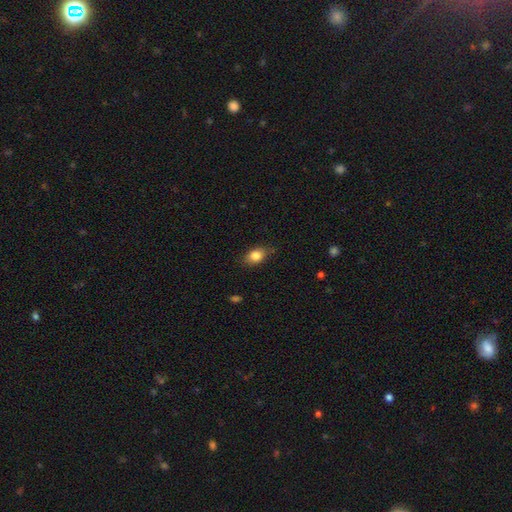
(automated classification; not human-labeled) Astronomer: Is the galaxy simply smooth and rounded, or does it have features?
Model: smooth — 83%.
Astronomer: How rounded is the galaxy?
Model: in between — 72%.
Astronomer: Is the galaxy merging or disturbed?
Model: none — 76%.